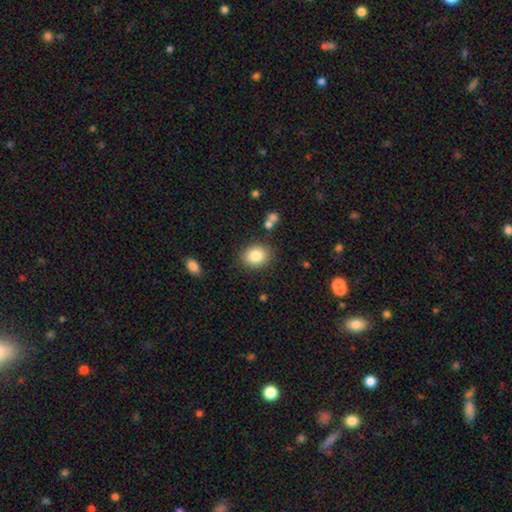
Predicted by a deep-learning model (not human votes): Smooth or featured?
  - smooth: 84% *
  - star or artifact: 9%
  - featured or disk: 7%
How rounded?
  - round: 59% *
  - in between: 40%
  - cigar-shaped: 1%
Merging?
  - none: 84% *
  - minor disturbance: 10%
  - merger: 3%
  - major disturbance: 3%